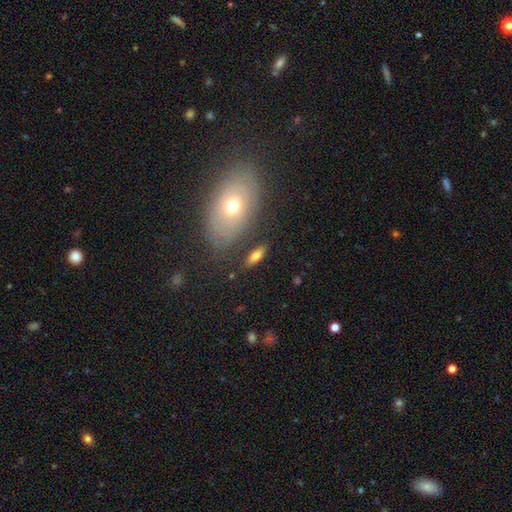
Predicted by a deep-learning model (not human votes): Smooth or featured? smooth (72%)
How rounded? in between (78%)
Merging? none (80%)